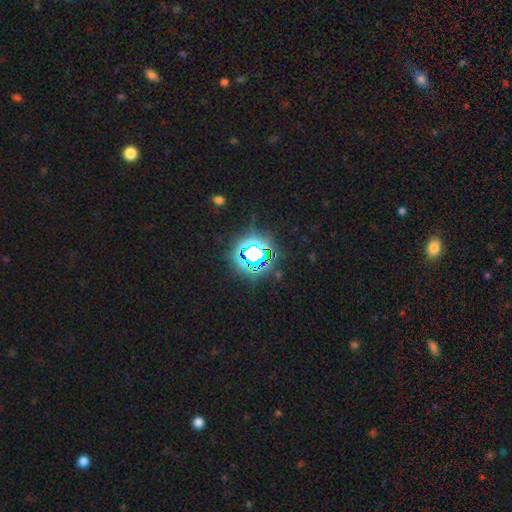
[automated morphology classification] type=star or artifact (73%).